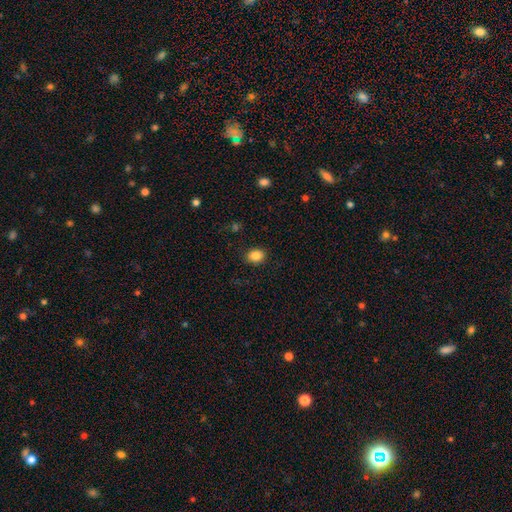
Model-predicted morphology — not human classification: Smooth or featured: smooth — 86% (star or artifact — 10%)
How rounded: in between — 56% (round — 43%)
Merging: none — 88% (minor disturbance — 9%)